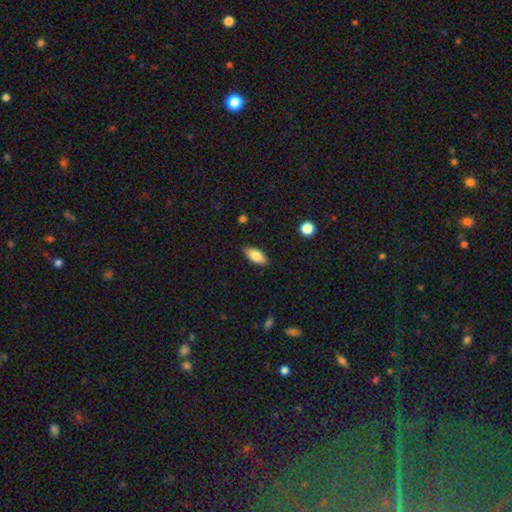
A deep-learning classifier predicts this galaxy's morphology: This appears to be a smooth galaxy with no disk features (84%) that is in between round and cigar-shaped (88%). Merging: none (87%).